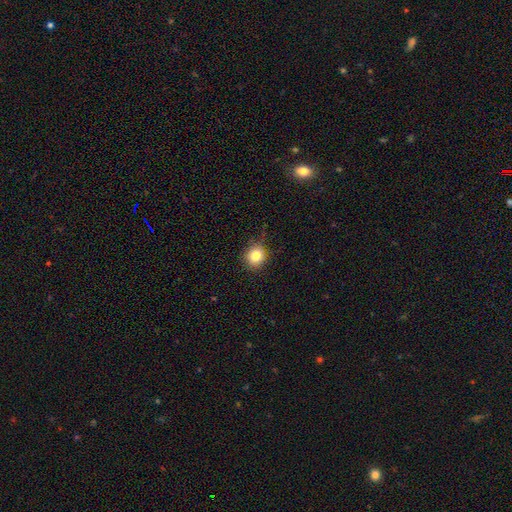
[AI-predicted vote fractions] A smooth galaxy with no disk features (81%) that is round (84%). Merging: none (81%).